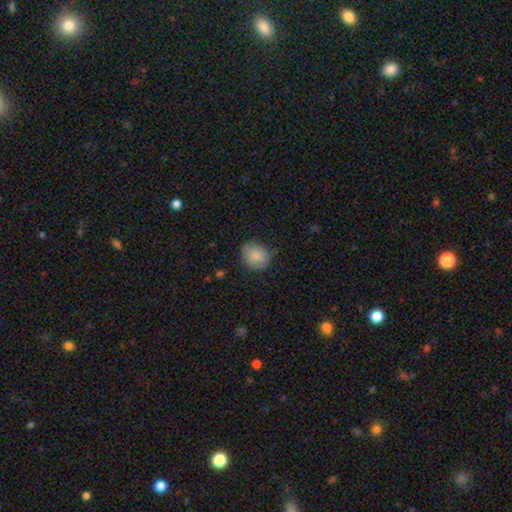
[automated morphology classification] A smooth galaxy with no disk features (85%) that is round (66%). Merging: none (74%).